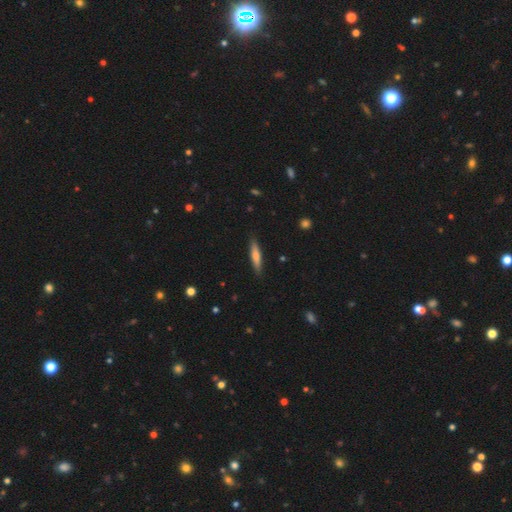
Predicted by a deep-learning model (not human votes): smooth 59%, featured or disk 35%, star or artifact 6%. Down the decision tree: how rounded — cigar-shaped (86%); merging — none (89%).